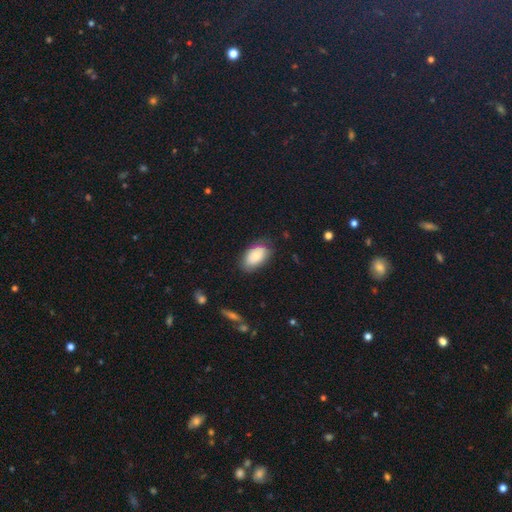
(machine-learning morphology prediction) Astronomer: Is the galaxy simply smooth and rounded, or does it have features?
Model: smooth — 79%.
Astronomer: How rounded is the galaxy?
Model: in between — 93%.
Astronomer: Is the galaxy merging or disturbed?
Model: none — 76%.